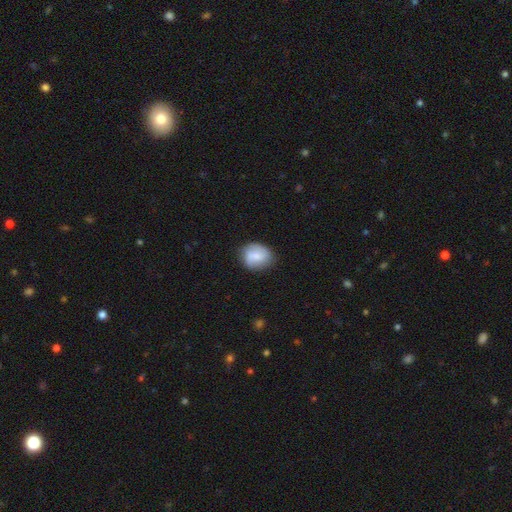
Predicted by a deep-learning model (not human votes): Overall: smooth (62%; featured or disk 31%). How rounded: round (66%; in between 33%). Merging: none (77%).